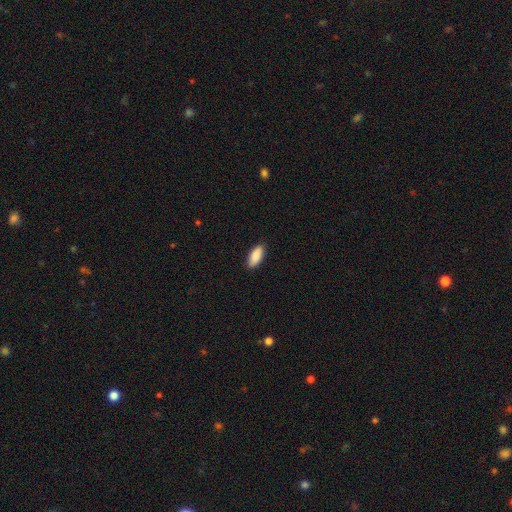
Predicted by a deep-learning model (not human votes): Smooth or featured?
  - smooth: 89% *
  - star or artifact: 6%
  - featured or disk: 5%
How rounded?
  - in between: 84% *
  - cigar-shaped: 14%
  - round: 2%
Merging?
  - none: 88% *
  - minor disturbance: 9%
  - major disturbance: 2%
  - merger: 1%